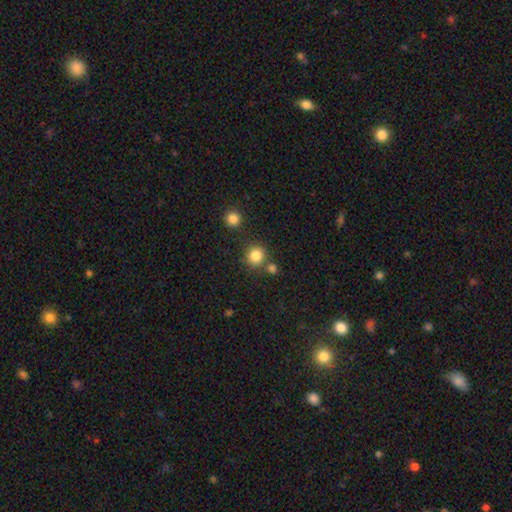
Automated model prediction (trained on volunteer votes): Overall: smooth (83%). How rounded: round (90%). Merging: none (75%).